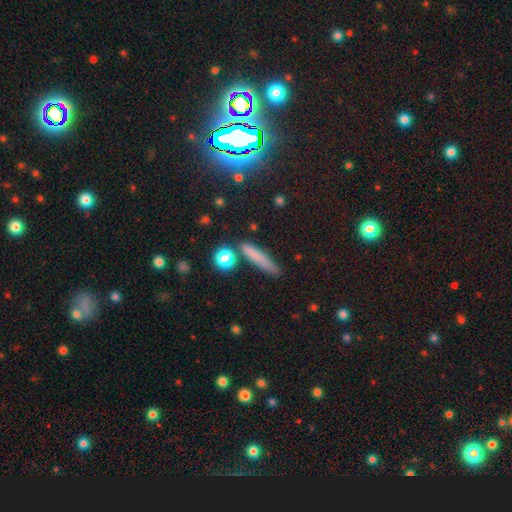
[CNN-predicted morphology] Smooth or featured?
  - smooth: 73% *
  - featured or disk: 15%
  - star or artifact: 12%
How rounded?
  - cigar-shaped: 88% *
  - in between: 8%
  - round: 4%
Merging?
  - none: 78% *
  - minor disturbance: 13%
  - merger: 5%
  - major disturbance: 4%